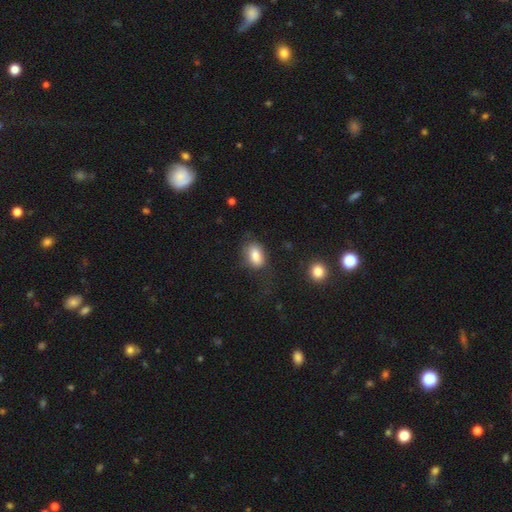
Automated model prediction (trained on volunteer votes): Smooth or featured: smooth — 83% (featured or disk — 9%)
How rounded: in between — 86% (round — 12%)
Merging: none — 64% (minor disturbance — 21%)